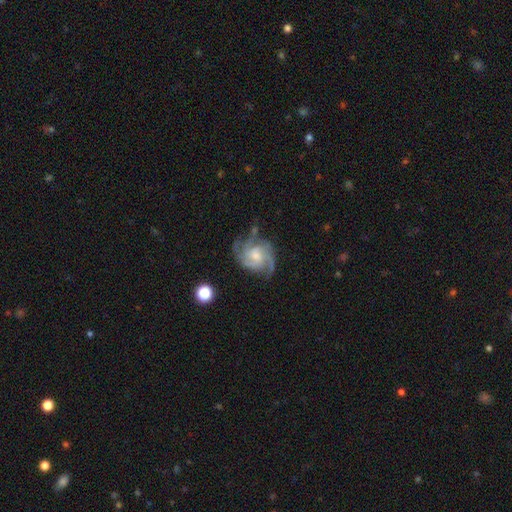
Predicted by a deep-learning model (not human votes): Morphology: type=featured or disk (89%); edge-on=no (98%); bar=no (59%); spiral arms=yes (98%); winding=tight (48%); arm count=3 (43%); bulge=moderate (49%); merging=none (69%).